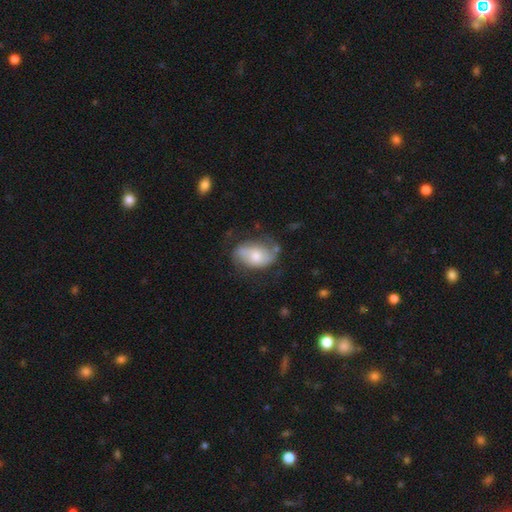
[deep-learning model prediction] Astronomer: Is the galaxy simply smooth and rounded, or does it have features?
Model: featured or disk — 47% (runner-up: smooth, 46%).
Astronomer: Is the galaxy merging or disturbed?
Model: none — 54%.